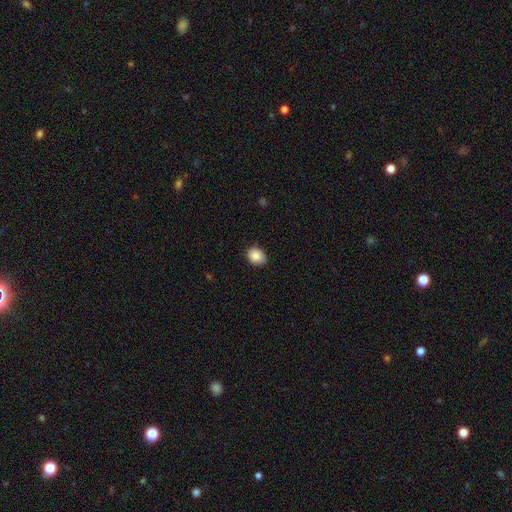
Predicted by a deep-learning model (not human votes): smooth_or_featured: smooth (p=0.87) [alt: star or artifact p=0.08]
how_rounded: round (p=0.50) [alt: in between p=0.49]
merging: none (p=0.83) [alt: minor disturbance p=0.13]